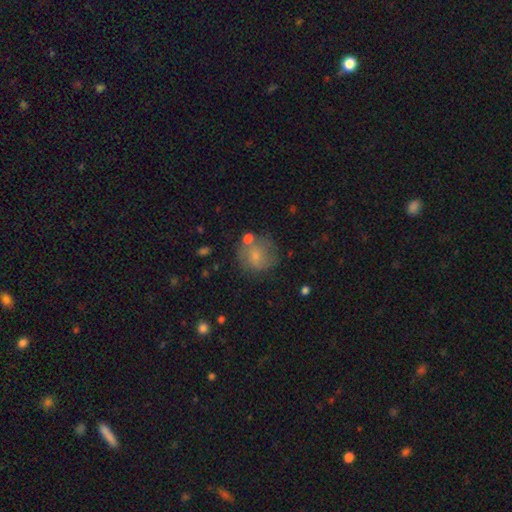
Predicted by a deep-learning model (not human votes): Overall: smooth (65%). How rounded: round (84%). Merging: none (57%; minor disturbance 22%).